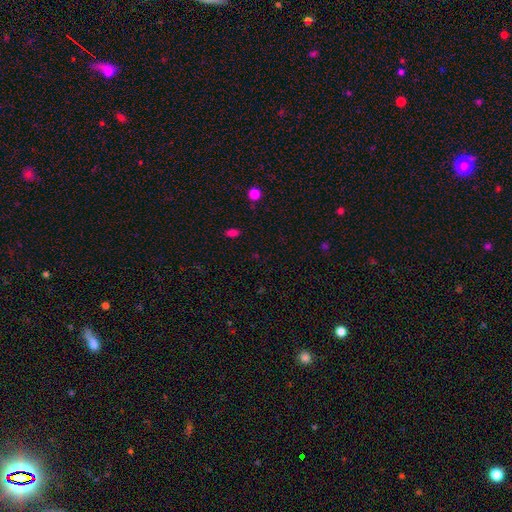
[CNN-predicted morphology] Smooth or featured?
  - smooth: 48% *
  - star or artifact: 45%
  - featured or disk: 6%
Merging?
  - none: 82% *
  - minor disturbance: 10%
  - major disturbance: 4%
  - merger: 3%